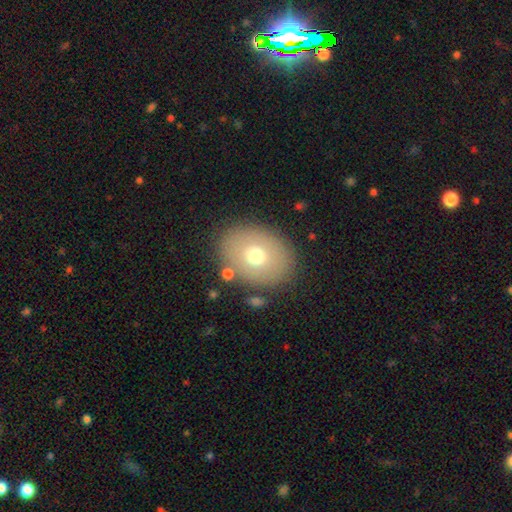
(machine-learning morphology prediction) Q: Smooth or featured?
A: smooth (68%); runner-up: featured or disk (23%)
Q: How rounded?
A: in between (66%); runner-up: round (33%)
Q: Merging?
A: none (83%); runner-up: minor disturbance (10%)